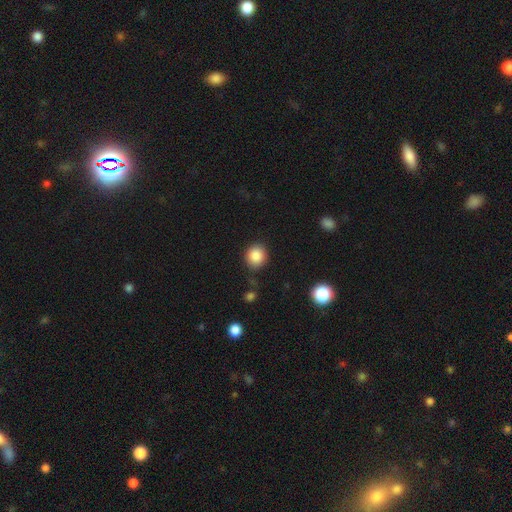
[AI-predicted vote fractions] A smooth galaxy with no disk features (87%) that is round (86%).

Vote fractions:
- Smooth or featured? smooth: 87% / star or artifact: 9% / featured or disk: 4%
- How rounded? round: 86% / in between: 13% / cigar-shaped: 1%
- Merging? none: 85% / minor disturbance: 10% / major disturbance: 3% / merger: 2%